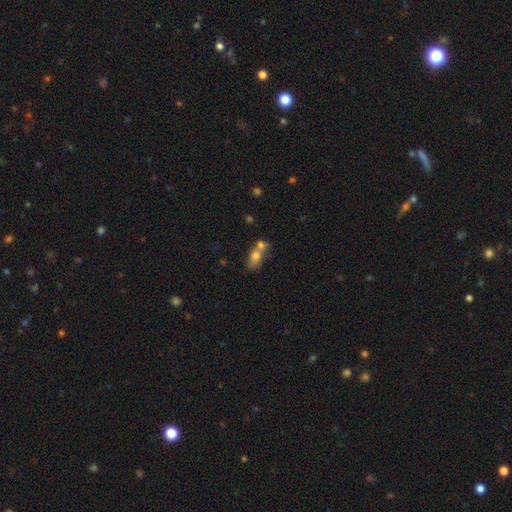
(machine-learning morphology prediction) A smooth galaxy with no disk features (72%) that is in between round and cigar-shaped (73%).

Vote fractions:
- Smooth or featured? smooth: 72% / featured or disk: 18% / star or artifact: 10%
- How rounded? in between: 73% / round: 23% / cigar-shaped: 5%
- Merging? merger: 61% / none: 24% / minor disturbance: 10% / major disturbance: 5%